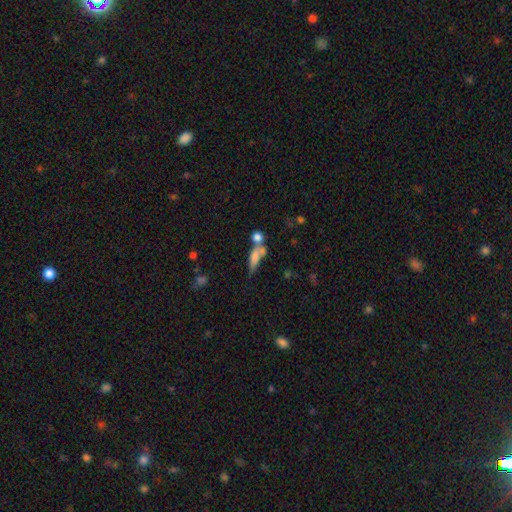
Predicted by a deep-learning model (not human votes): This appears to be a smooth galaxy with no disk features (62%) that is cigar-shaped (49%). Merging: merger (41%).